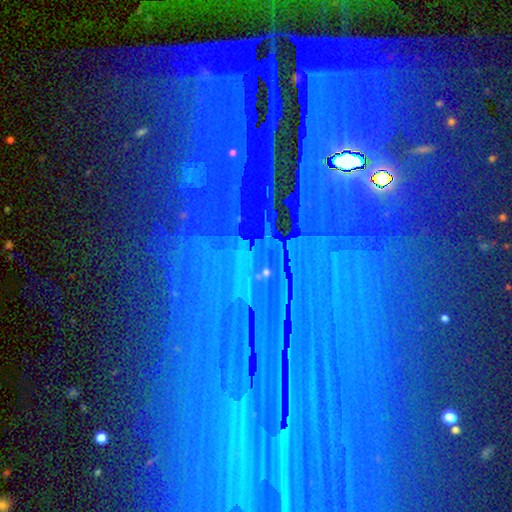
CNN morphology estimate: Q: Smooth or featured?
A: star or artifact (81%); runner-up: featured or disk (10%)